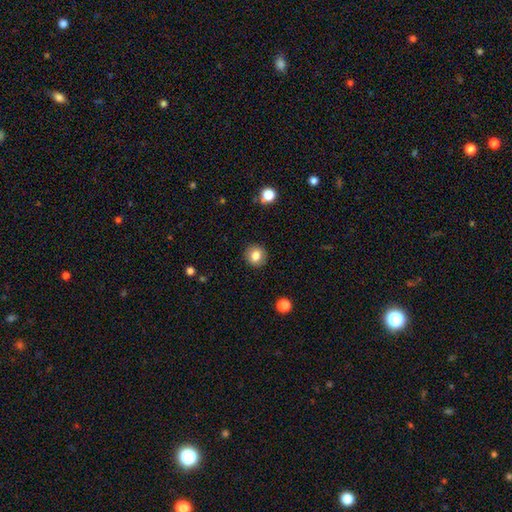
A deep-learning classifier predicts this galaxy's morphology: The model was most divided on "smooth or featured": smooth: 83%, star or artifact: 10%, featured or disk: 8%. More confident: merging — none (91%); how rounded — round (89%).